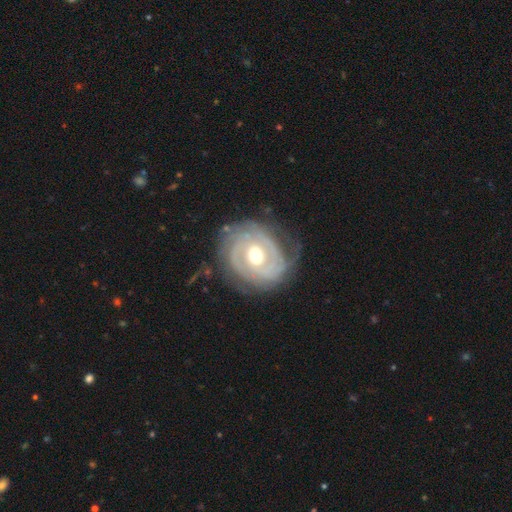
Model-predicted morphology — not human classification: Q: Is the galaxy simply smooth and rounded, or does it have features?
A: featured or disk — 87%.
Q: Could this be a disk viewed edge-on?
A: no — 97%.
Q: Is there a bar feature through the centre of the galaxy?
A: no — 55%.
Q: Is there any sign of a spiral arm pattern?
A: yes — 94%.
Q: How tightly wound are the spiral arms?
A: tight — 72%.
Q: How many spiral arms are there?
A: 2 — 36%.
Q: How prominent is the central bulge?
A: moderate — 76%.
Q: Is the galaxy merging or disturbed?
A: none — 70%.